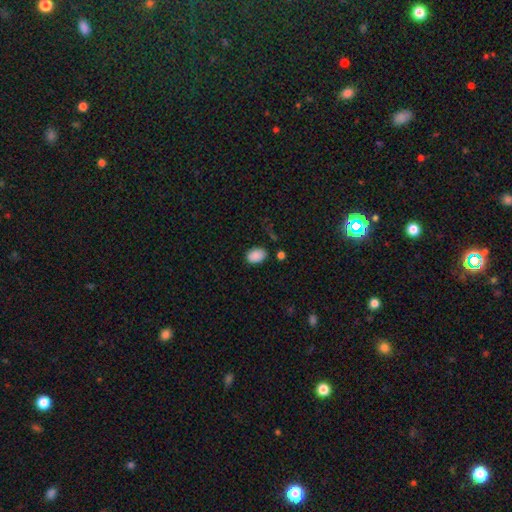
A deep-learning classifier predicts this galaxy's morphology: Smooth or featured?
  - smooth: 88% *
  - star or artifact: 8%
  - featured or disk: 3%
How rounded?
  - in between: 85% *
  - round: 14%
  - cigar-shaped: 1%
Merging?
  - none: 78% *
  - minor disturbance: 15%
  - merger: 3%
  - major disturbance: 3%